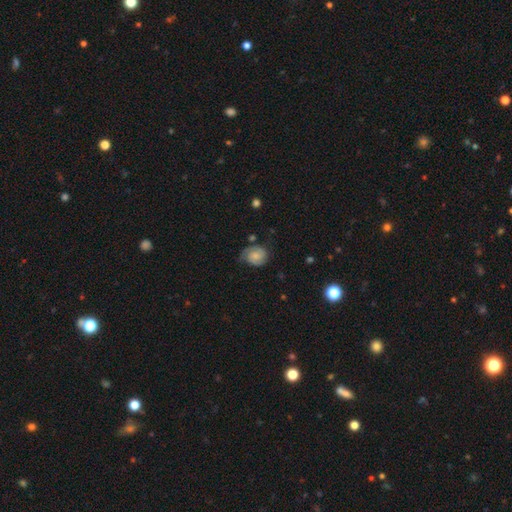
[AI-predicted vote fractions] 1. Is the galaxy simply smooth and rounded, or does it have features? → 73% featured or disk, 20% smooth, 7% star or artifact.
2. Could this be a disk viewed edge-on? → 98% no, 2% yes.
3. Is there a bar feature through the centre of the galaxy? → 63% no, 31% weak, 5% strong.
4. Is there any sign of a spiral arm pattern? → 95% yes, 5% no.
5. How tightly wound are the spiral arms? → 53% tight, 36% medium, 11% loose.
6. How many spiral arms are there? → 76% 2, 10% 1, 8% can't tell, 3% 3, 1% 4, 1% more than 4.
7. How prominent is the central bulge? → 40% small, 32% moderate, 21% none, 5% large, 2% dominant.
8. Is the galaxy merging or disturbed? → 65% none, 23% minor disturbance, 10% major disturbance, 2% merger.